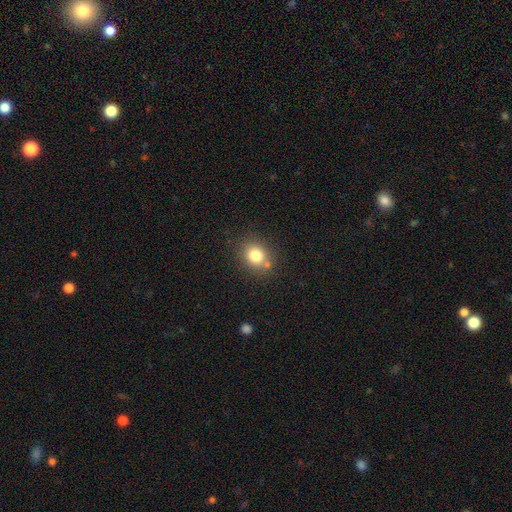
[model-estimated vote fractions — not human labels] Smooth or featured: smooth — 80% (star or artifact — 12%)
How rounded: round — 68% (in between — 31%)
Merging: none — 73% (minor disturbance — 12%)